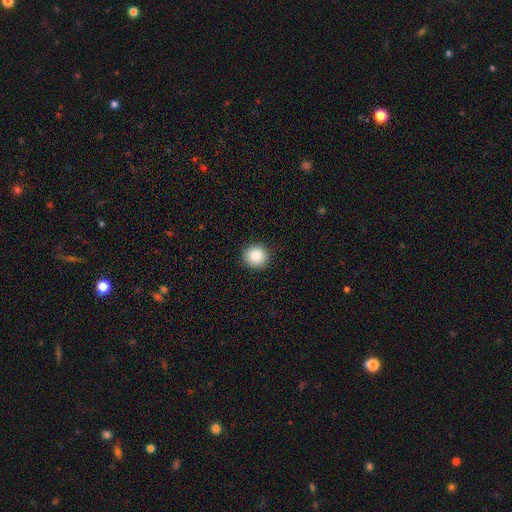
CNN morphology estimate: type=smooth (85%); roundness=round (92%); merging=none (92%).